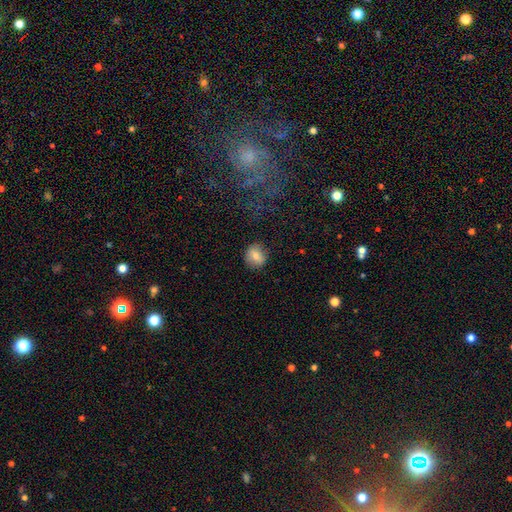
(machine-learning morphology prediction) smooth-or-featured: smooth: 77% | featured or disk: 13% | star or artifact: 10%
  how-rounded: round: 75% | in between: 24% | cigar-shaped: 1%
  merging: none: 84% | minor disturbance: 12% | major disturbance: 3% | merger: 1%